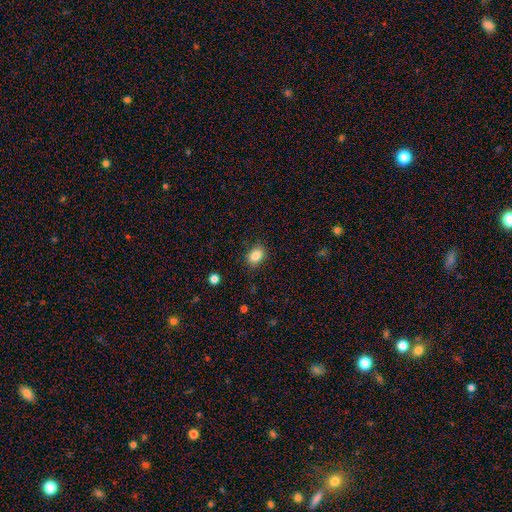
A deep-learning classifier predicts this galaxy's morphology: Q: Smooth or featured?
A: smooth (85%); runner-up: star or artifact (10%)
Q: How rounded?
A: in between (68%); runner-up: round (31%)
Q: Merging?
A: none (84%); runner-up: minor disturbance (12%)